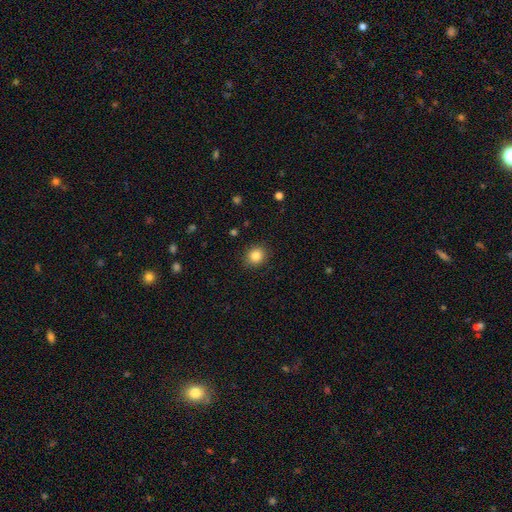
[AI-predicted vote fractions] smooth 85%, star or artifact 10%, featured or disk 5%. Down the decision tree: how rounded — round (81%); merging — none (89%).